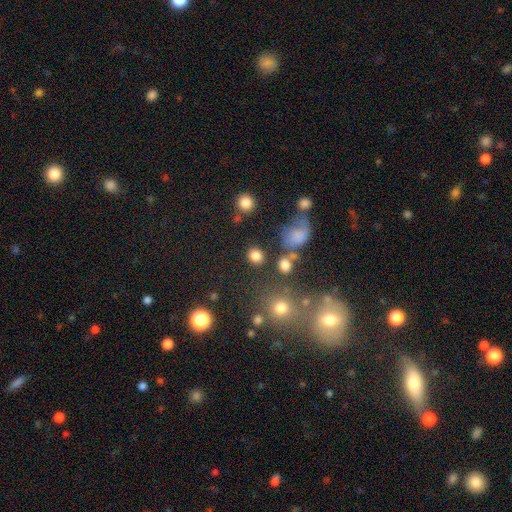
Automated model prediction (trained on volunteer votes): This appears to be a smooth galaxy with no disk features (81%) that is round (79%). Merging: none (80%).